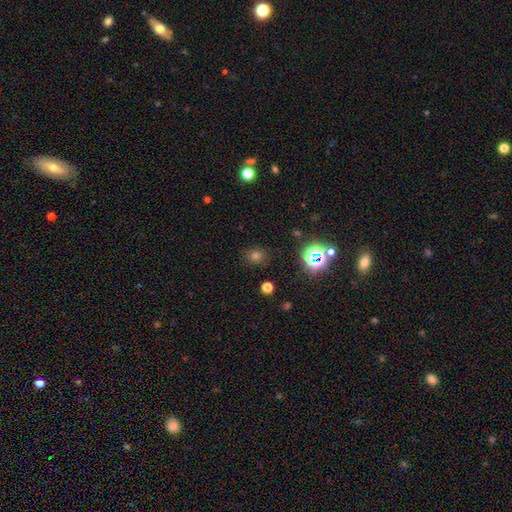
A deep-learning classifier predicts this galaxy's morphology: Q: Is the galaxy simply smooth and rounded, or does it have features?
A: smooth — 68%.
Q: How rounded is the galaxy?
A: round — 72%.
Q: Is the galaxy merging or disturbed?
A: none — 85%.